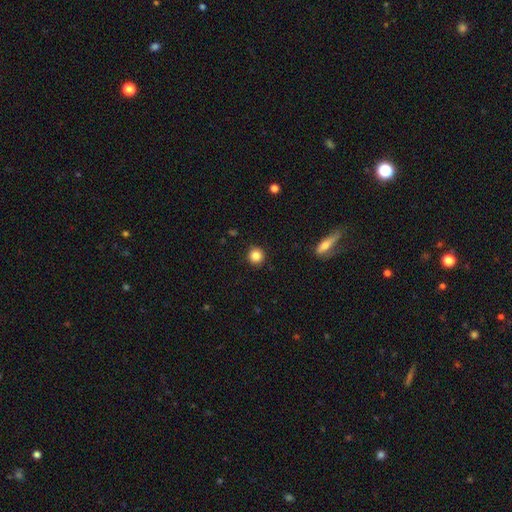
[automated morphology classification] Smooth or featured? Predicted: smooth (p=0.85). How rounded? Predicted: round (p=0.94). Merging? Predicted: none (p=0.91).